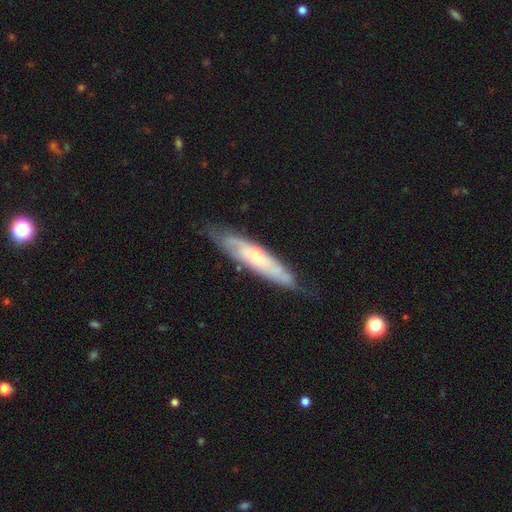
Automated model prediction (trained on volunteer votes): Morphology: type=featured or disk (67%); edge-on=no (60%); merging=none (68%).